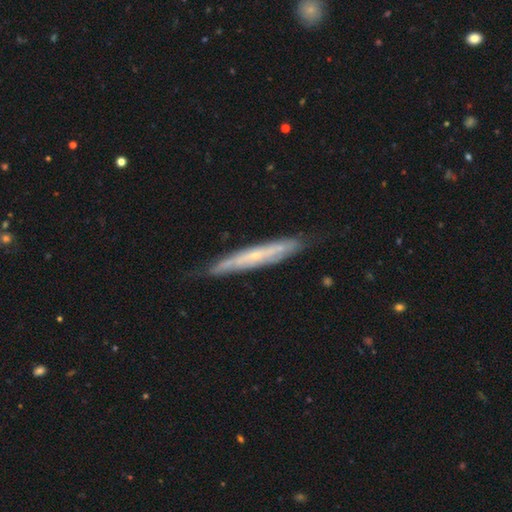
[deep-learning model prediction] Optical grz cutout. It shows a featured or disk galaxy (68%) viewed edge-on (71%). Merging: none (78%).